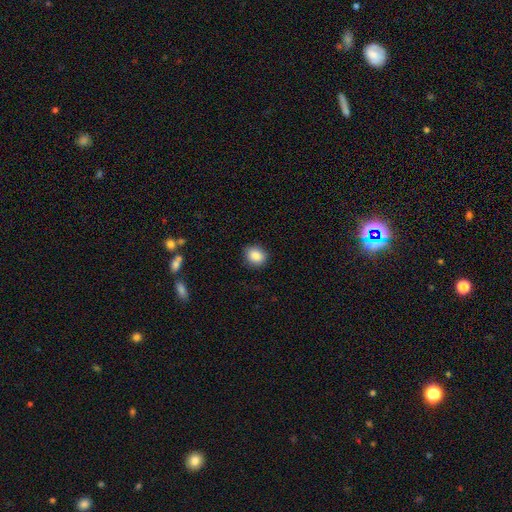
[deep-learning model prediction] Morphology: type=smooth (87%); roundness=round (60%); merging=none (87%).